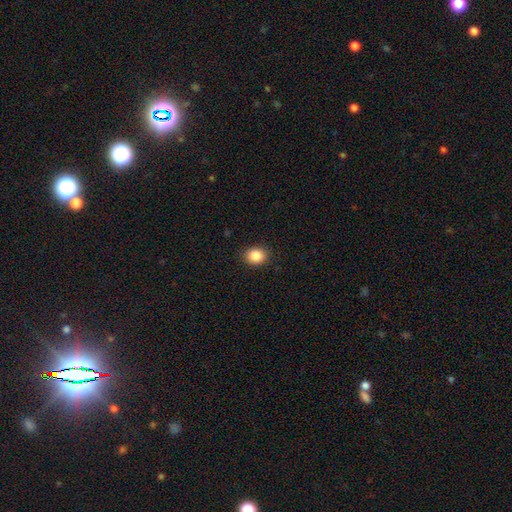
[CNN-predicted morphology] A smooth galaxy with no disk features (87%) that is round (62%). Merging: none (89%).